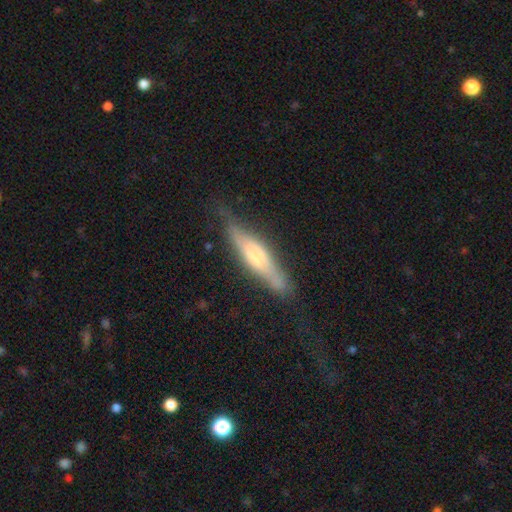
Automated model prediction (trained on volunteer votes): A featured or disk galaxy (56%) viewed edge-on (87%). Merging: none (72%).